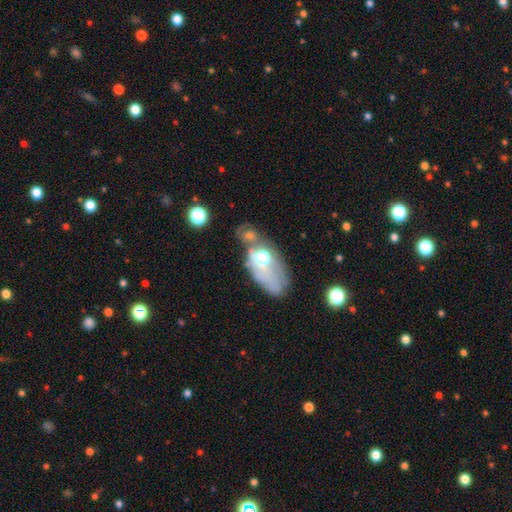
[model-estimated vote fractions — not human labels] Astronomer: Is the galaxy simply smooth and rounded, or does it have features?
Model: featured or disk — 48% (runner-up: smooth, 37%).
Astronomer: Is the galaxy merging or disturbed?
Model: none — 32% (runner-up: major disturbance, 24%).